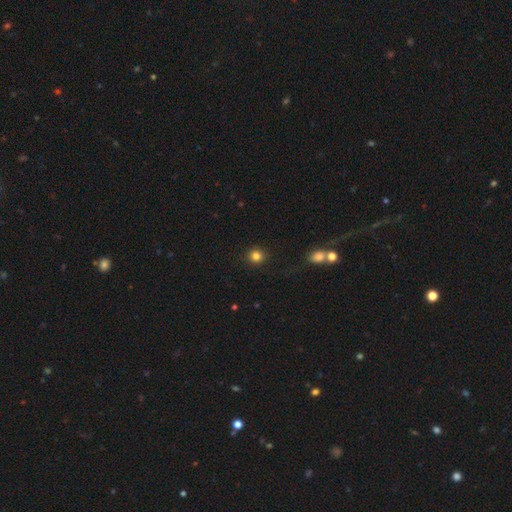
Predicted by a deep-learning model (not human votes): Smooth or featured?
  - smooth: 83% *
  - star or artifact: 12%
  - featured or disk: 5%
How rounded?
  - round: 93% *
  - in between: 6%
  - cigar-shaped: 1%
Merging?
  - none: 91% *
  - minor disturbance: 5%
  - major disturbance: 2%
  - merger: 1%